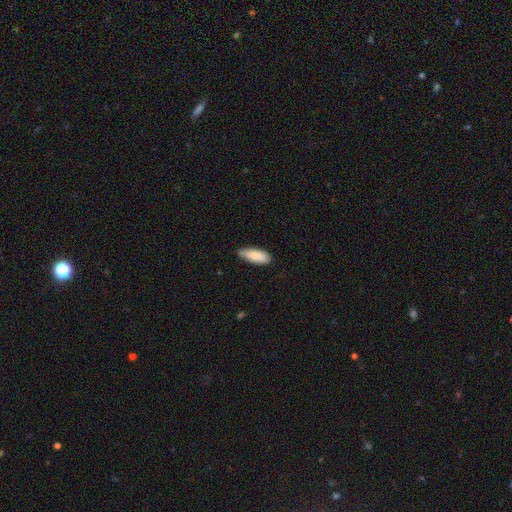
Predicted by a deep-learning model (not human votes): This is clearly a smooth galaxy (87%). How rounded: likely in between (75%). Merging: likely none (72%).